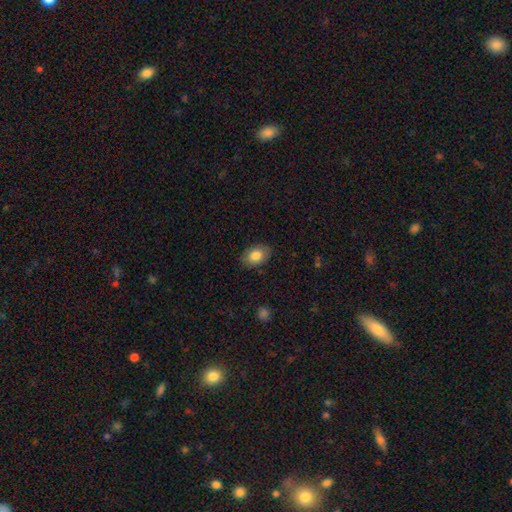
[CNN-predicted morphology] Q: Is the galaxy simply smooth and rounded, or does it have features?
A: smooth — 81%.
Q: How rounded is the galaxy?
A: in between — 87%.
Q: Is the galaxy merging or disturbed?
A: none — 85%.